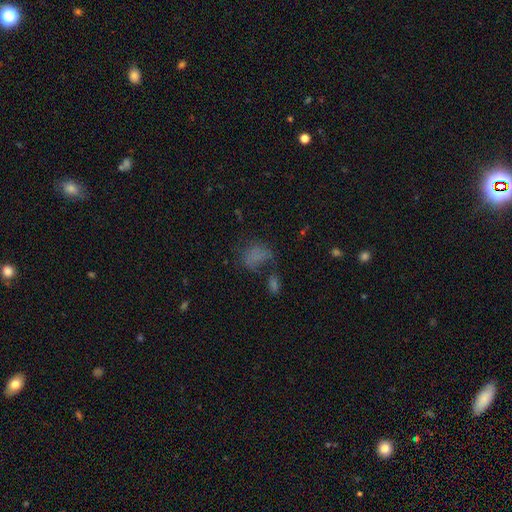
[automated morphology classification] A smooth galaxy with no disk features (65%) that is in between round and cigar-shaped (66%). Merging: none (37%).